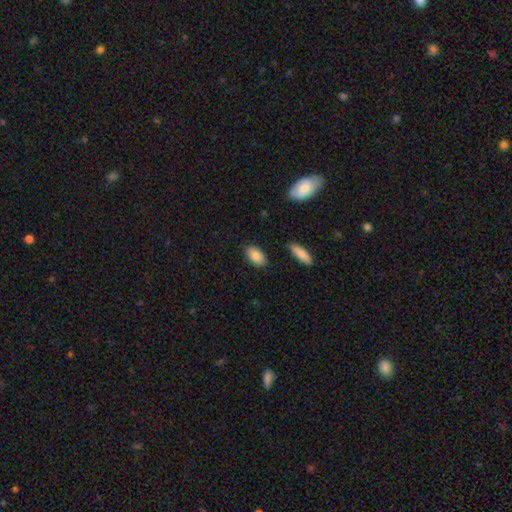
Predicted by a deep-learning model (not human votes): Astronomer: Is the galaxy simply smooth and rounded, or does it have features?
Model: smooth — 86%.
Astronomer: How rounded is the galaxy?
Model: in between — 93%.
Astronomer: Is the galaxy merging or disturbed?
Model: none — 85%.